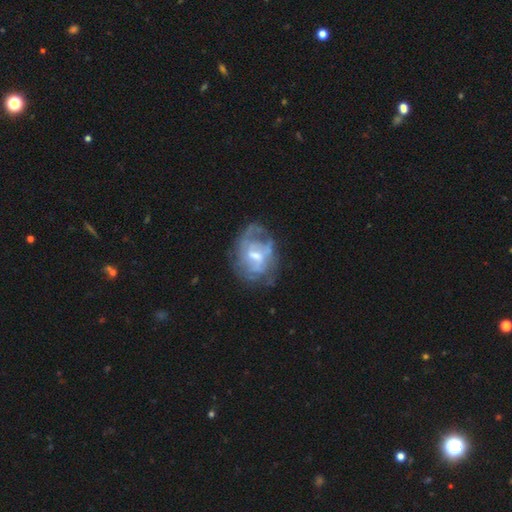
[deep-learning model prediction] smooth-or-featured: featured or disk: 74% | smooth: 18% | star or artifact: 8%
  disk-edge-on: no: 97% | yes: 3%
    bar: weak: 51% | no: 35% | strong: 14%
    has-spiral-arms: yes: 62% | no: 38%
    bulge-size: moderate: 47% | small: 38% | none: 8% | large: 5% | dominant: 1%
  merging: none: 51% | minor disturbance: 23% | major disturbance: 23% | merger: 3%